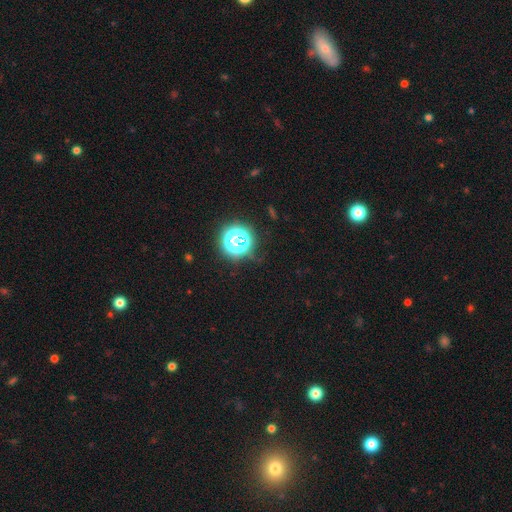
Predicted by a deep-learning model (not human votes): Smooth or featured?
  - star or artifact: 75% *
  - smooth: 18%
  - featured or disk: 7%